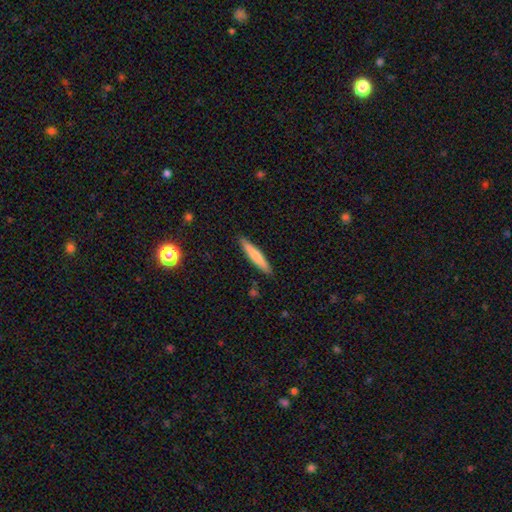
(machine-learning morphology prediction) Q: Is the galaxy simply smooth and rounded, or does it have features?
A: smooth — 72%.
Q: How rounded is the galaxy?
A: cigar-shaped — 92%.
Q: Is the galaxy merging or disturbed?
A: none — 90%.